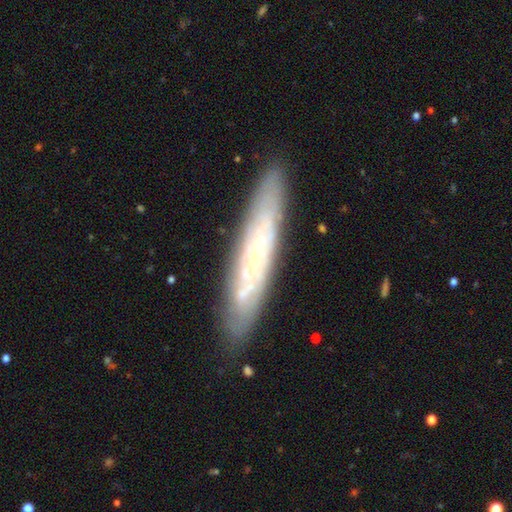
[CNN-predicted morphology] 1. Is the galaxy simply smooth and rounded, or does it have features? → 63% featured or disk, 30% smooth, 7% star or artifact.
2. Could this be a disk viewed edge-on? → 54% yes, 46% no.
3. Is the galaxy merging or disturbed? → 84% none, 11% minor disturbance, 3% major disturbance, 2% merger.